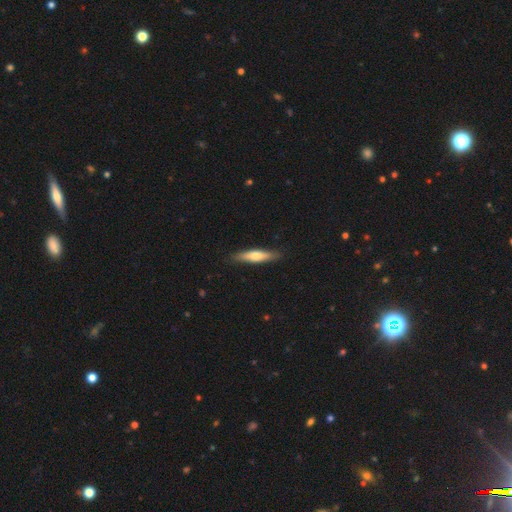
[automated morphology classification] Overall: smooth (57%; featured or disk 37%). How rounded: cigar-shaped (81%). Merging: none (88%).